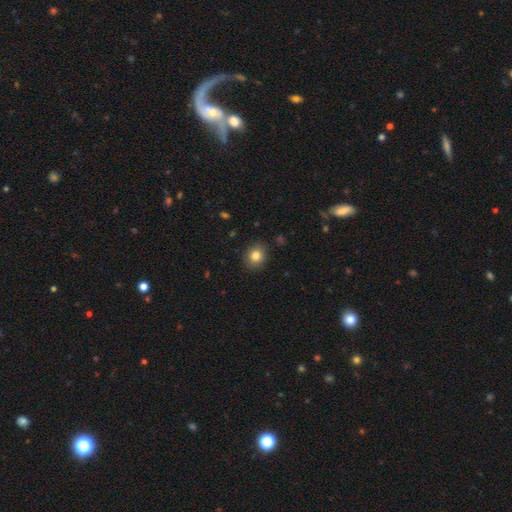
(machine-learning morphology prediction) A smooth galaxy with no disk features (83%) that is round (70%). Merging: none (88%).